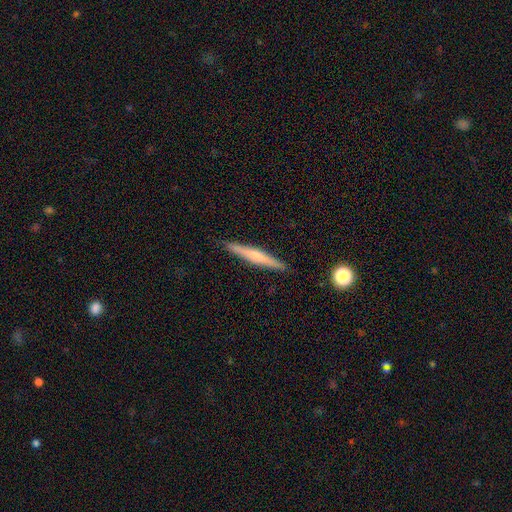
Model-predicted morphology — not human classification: type=featured or disk (49%); merging=none (91%).